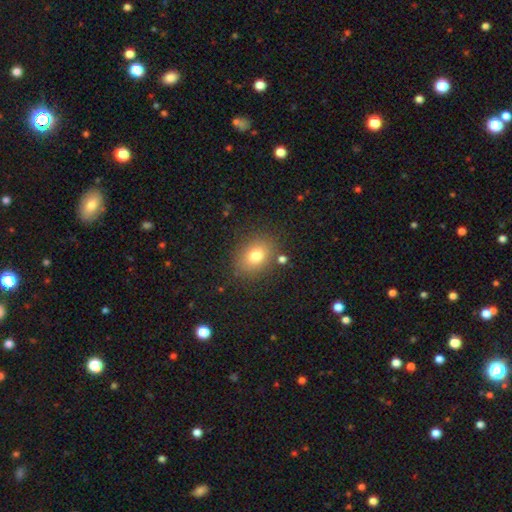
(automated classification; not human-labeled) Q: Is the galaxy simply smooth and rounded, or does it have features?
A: smooth — 78%.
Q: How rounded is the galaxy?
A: in between — 61%.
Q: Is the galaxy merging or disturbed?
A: none — 82%.